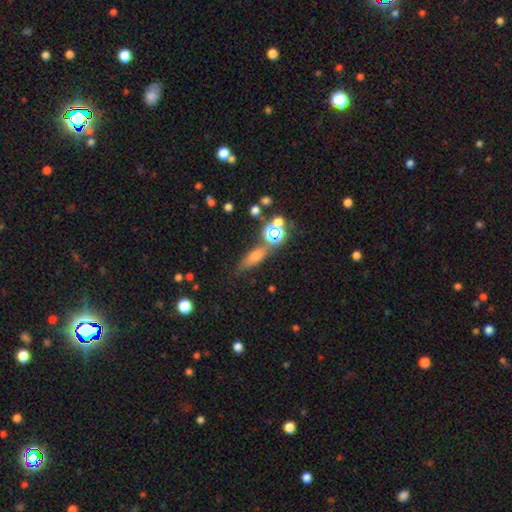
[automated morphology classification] Smooth or featured? smooth (57%)
How rounded? in between (42%)
Merging? none (59%)